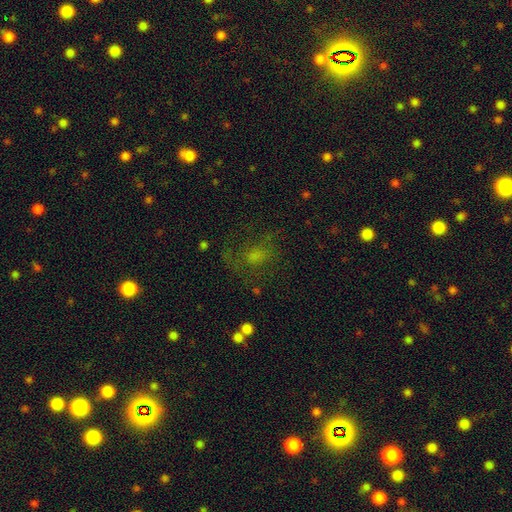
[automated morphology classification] smooth-or-featured: smooth: 47% | featured or disk: 30% | star or artifact: 23%
  merging: none: 50% | major disturbance: 28% | minor disturbance: 19% | merger: 3%